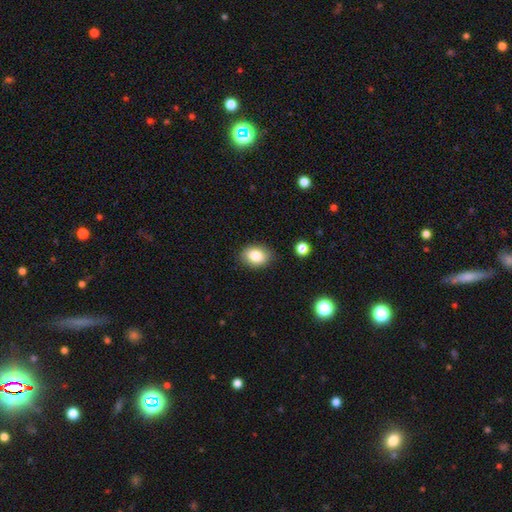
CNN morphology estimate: Smooth or featured? smooth (83%)
How rounded? in between (71%)
Merging? none (86%)